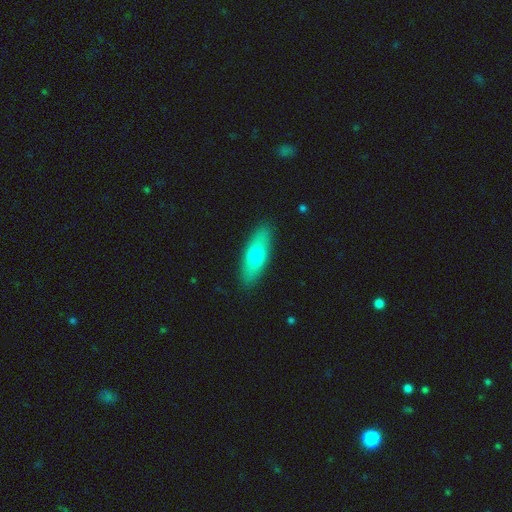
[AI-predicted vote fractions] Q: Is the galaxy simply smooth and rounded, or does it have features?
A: smooth — 69%.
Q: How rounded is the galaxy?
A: in between — 62%.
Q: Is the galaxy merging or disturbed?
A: none — 88%.